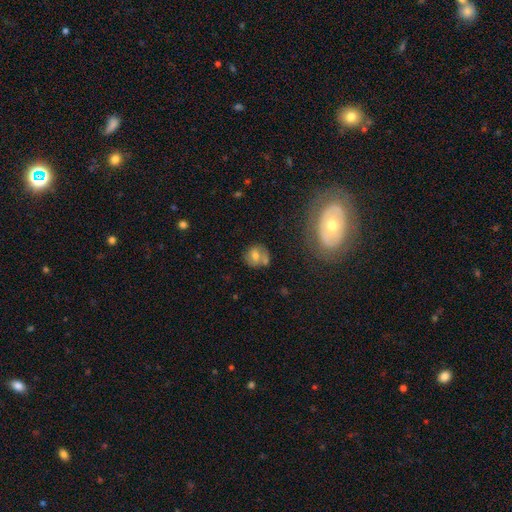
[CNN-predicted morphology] Overall: smooth (54%; featured or disk 33%). How rounded: round (75%). Merging: none (61%).